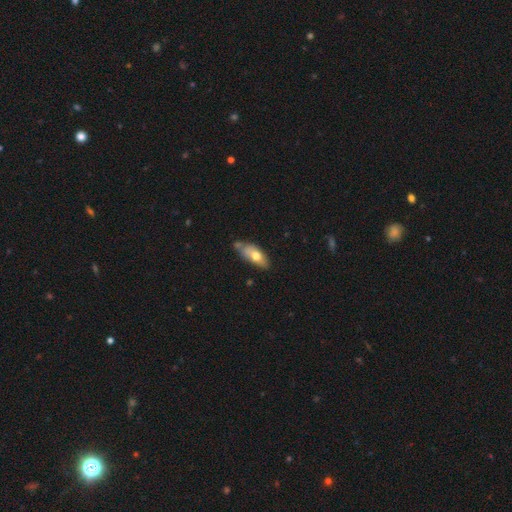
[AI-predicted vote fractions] Smooth or featured: smooth — 65% (featured or disk — 29%)
How rounded: in between — 78% (cigar-shaped — 19%)
Merging: none — 56% (minor disturbance — 26%)